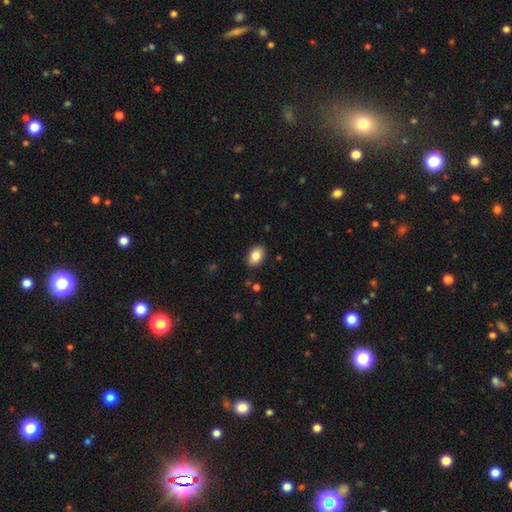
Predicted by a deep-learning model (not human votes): Smooth or featured?
  - smooth: 86% *
  - star or artifact: 7%
  - featured or disk: 7%
How rounded?
  - in between: 84% *
  - round: 14%
  - cigar-shaped: 1%
Merging?
  - none: 87% *
  - minor disturbance: 9%
  - major disturbance: 2%
  - merger: 1%